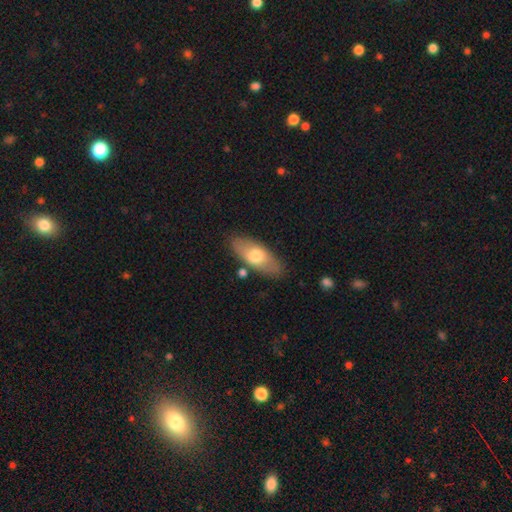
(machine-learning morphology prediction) Smooth or featured? smooth (64%)
How rounded? in between (82%)
Merging? none (81%)